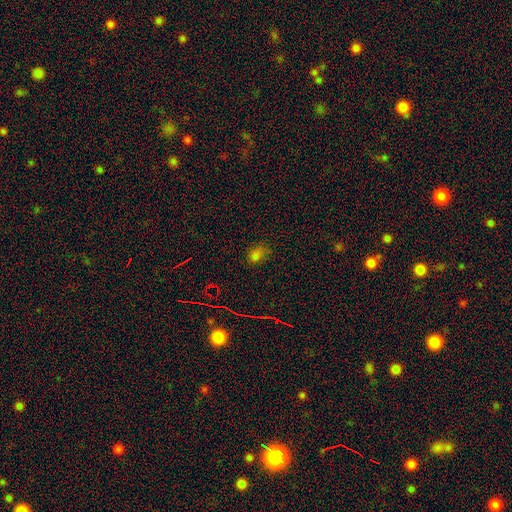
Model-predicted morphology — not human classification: type=smooth (65%); roundness=in between (73%); merging=none (66%).